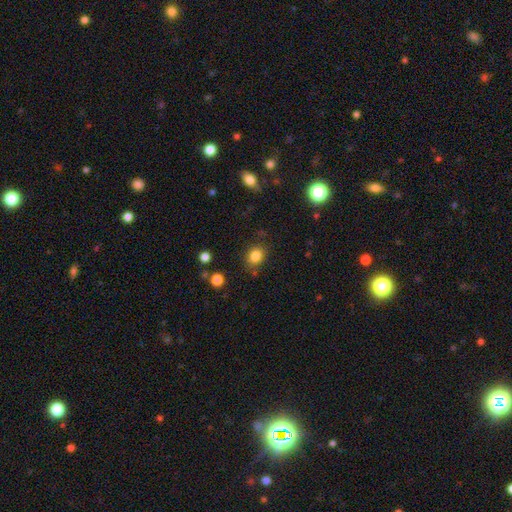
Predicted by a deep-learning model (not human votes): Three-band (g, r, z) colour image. It shows a smooth galaxy with no disk features (84%) that is round (61%). Merging: none (81%).